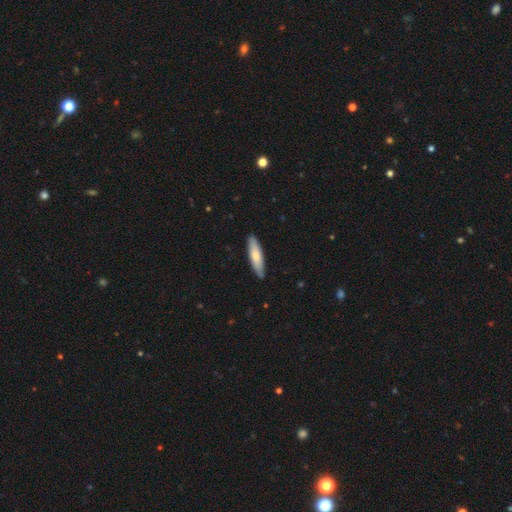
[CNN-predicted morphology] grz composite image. It shows a smooth galaxy with no disk features (73%) that is cigar-shaped (74%). Merging: none (89%).